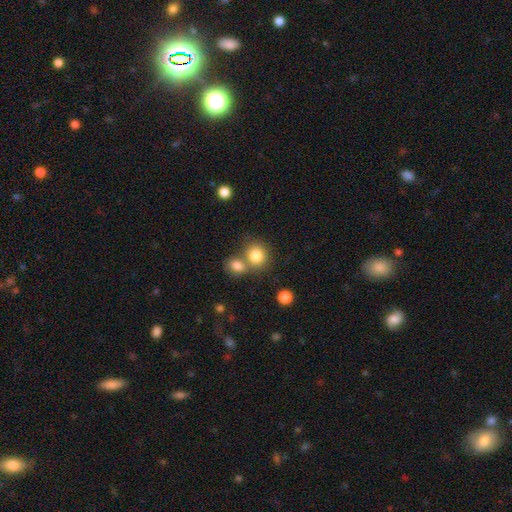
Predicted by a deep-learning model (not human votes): This appears to be a smooth galaxy with no disk features (82%) that is round (79%). Merging: none (47%).